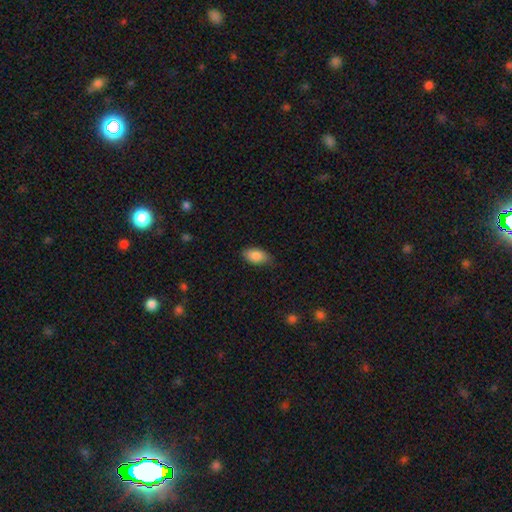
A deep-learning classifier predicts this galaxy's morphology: A smooth galaxy with no disk features (86%) that is in between round and cigar-shaped (92%).

Vote fractions:
- Smooth or featured? smooth: 86% / featured or disk: 7% / star or artifact: 7%
- How rounded? in between: 92% / round: 4% / cigar-shaped: 3%
- Merging? none: 82% / minor disturbance: 14% / major disturbance: 3% / merger: 1%